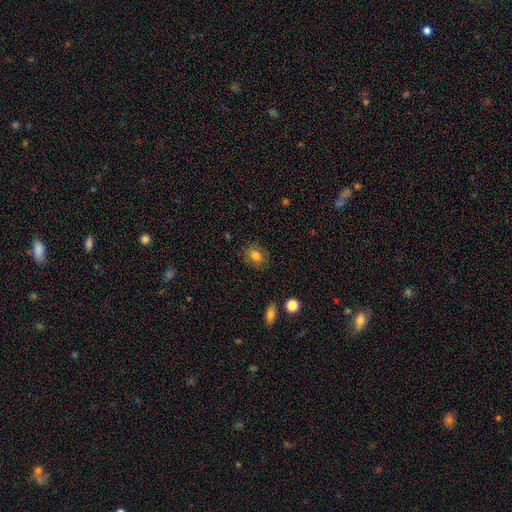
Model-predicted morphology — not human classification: smooth_or_featured: smooth (p=0.80) [alt: featured or disk p=0.10]
how_rounded: in between (p=0.54) [alt: round p=0.45]
merging: none (p=0.84) [alt: minor disturbance p=0.11]